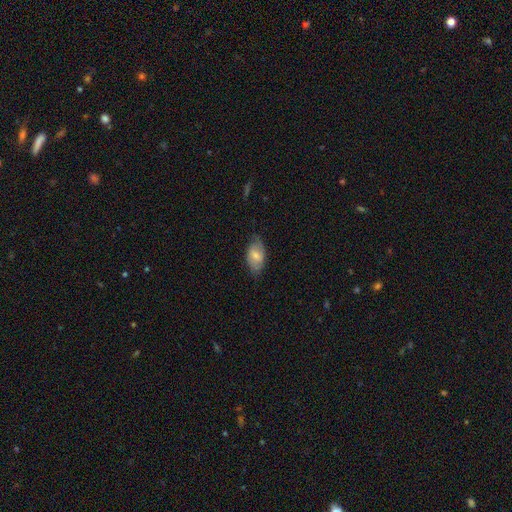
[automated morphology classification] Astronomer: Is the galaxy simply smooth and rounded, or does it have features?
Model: smooth — 59% (runner-up: featured or disk, 35%).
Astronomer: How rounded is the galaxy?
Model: in between — 92%.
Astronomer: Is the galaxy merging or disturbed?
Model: none — 72%.